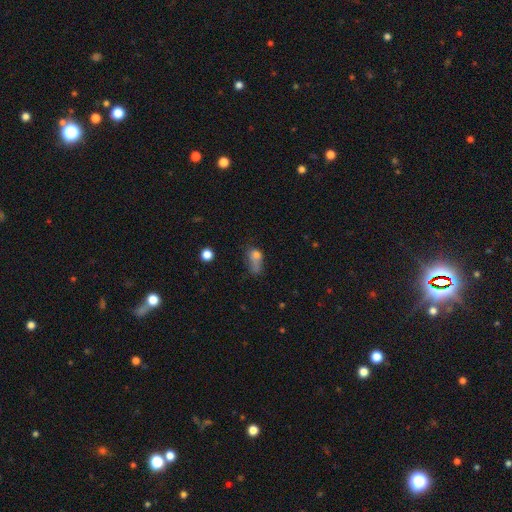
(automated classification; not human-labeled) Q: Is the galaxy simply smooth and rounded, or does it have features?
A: smooth — 69%.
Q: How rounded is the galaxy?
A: in between — 69%.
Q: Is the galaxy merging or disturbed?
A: major disturbance — 42%.